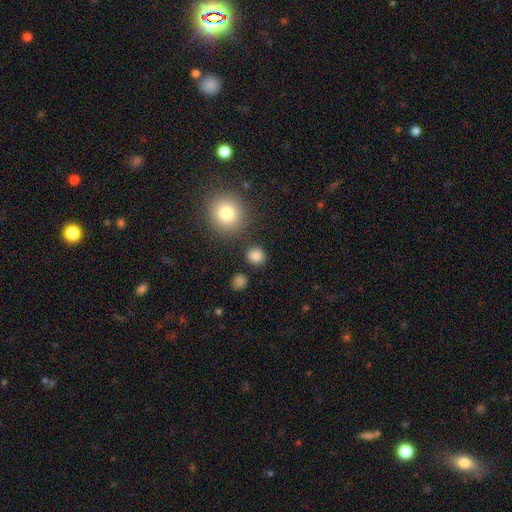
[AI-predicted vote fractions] smooth-or-featured: smooth: 84% | star or artifact: 13% | featured or disk: 4%
  how-rounded: round: 88% | in between: 11% | cigar-shaped: 1%
  merging: none: 86% | minor disturbance: 7% | merger: 4% | major disturbance: 3%